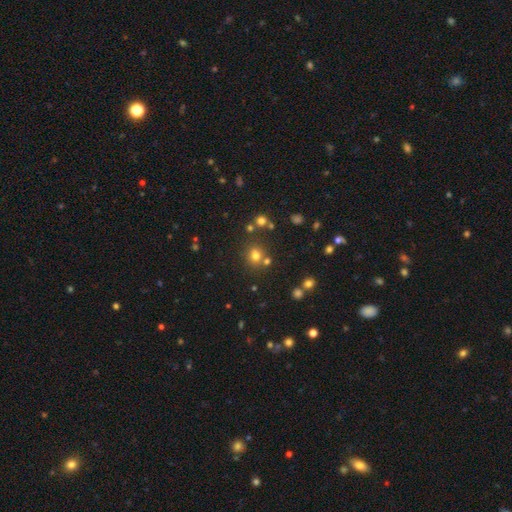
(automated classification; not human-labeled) smooth-or-featured: smooth: 71% | star or artifact: 21% | featured or disk: 9%
  how-rounded: round: 79% | in between: 20% | cigar-shaped: 1%
  merging: none: 70% | merger: 16% | minor disturbance: 10% | major disturbance: 4%